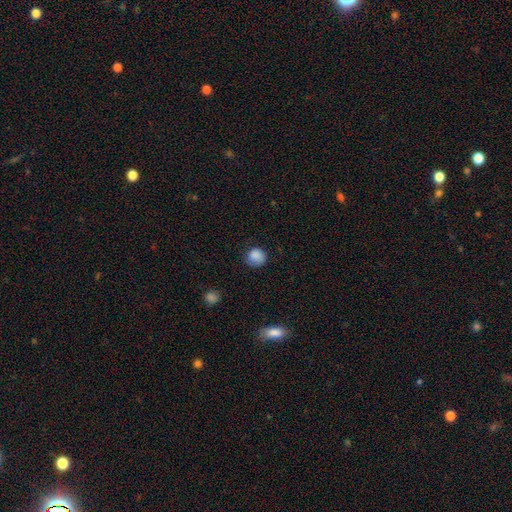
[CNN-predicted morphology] Smooth or featured? Predicted: smooth (p=0.86). How rounded? Predicted: round (p=0.87). Merging? Predicted: none (p=0.74).